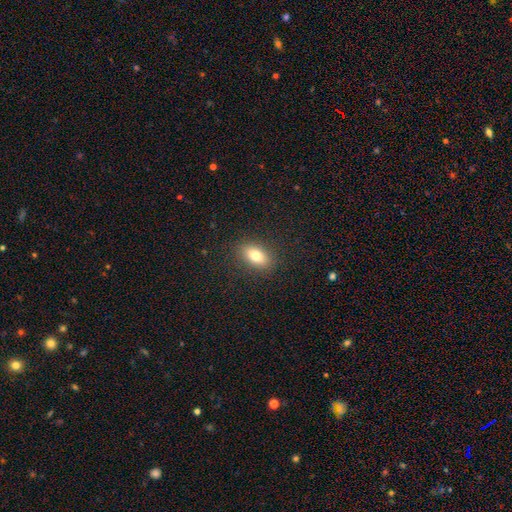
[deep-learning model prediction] A smooth galaxy with no disk features (79%) that is in between round and cigar-shaped (86%).

Vote fractions:
- Smooth or featured? smooth: 79% / featured or disk: 12% / star or artifact: 9%
- How rounded? in between: 86% / round: 10% / cigar-shaped: 4%
- Merging? none: 87% / minor disturbance: 9% / major disturbance: 3% / merger: 1%